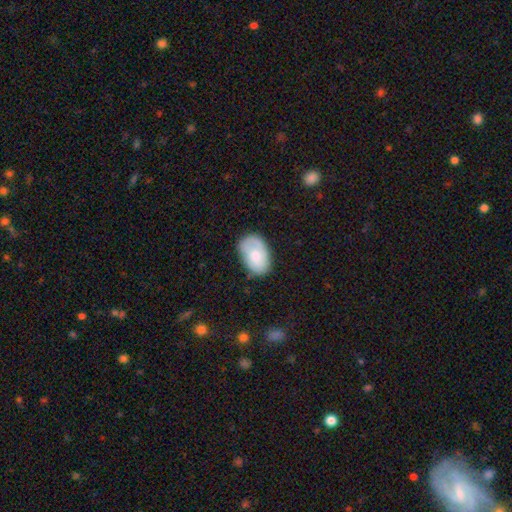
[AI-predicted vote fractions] The model was most divided on "merging": none: 70%, minor disturbance: 22%, major disturbance: 6%, merger: 2%. More confident: how rounded — in between (89%); smooth or featured — smooth (72%).